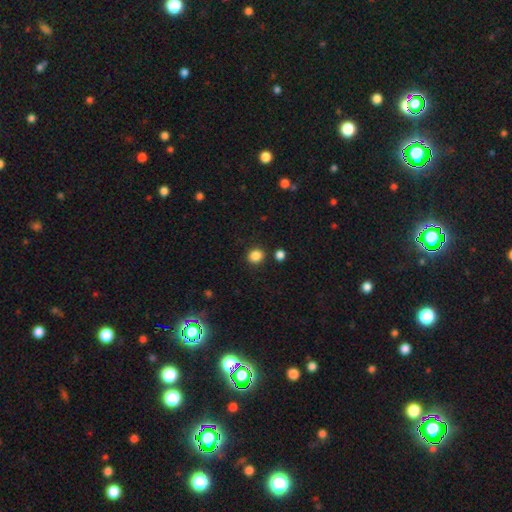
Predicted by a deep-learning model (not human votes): A smooth galaxy with no disk features (86%) that is round (73%). Merging: none (85%).